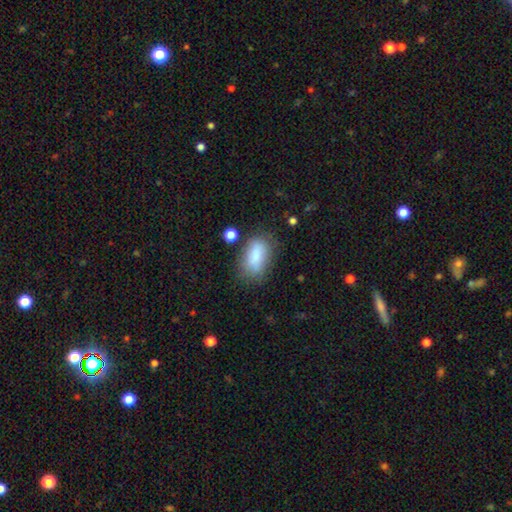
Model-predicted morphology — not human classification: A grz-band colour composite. It shows a smooth galaxy with no disk features (82%) that is in between round and cigar-shaped (90%). Merging: none (66%).